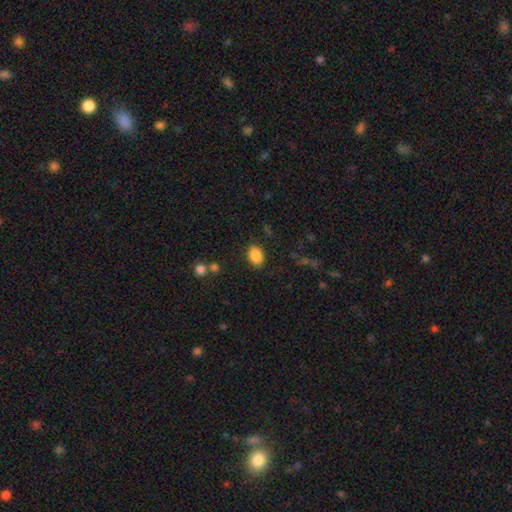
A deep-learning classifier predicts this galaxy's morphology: Q: Smooth or featured?
A: smooth (87%); runner-up: star or artifact (8%)
Q: How rounded?
A: in between (86%); runner-up: round (12%)
Q: Merging?
A: none (85%); runner-up: minor disturbance (10%)